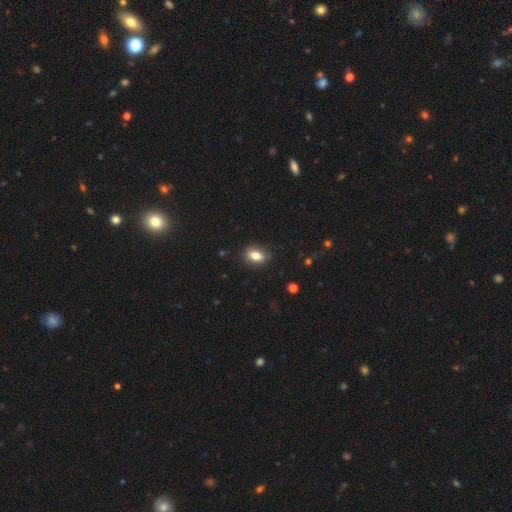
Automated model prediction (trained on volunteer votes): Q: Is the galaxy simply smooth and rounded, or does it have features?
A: smooth — 81%.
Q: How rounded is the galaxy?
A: in between — 81%.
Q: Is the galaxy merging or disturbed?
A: none — 85%.